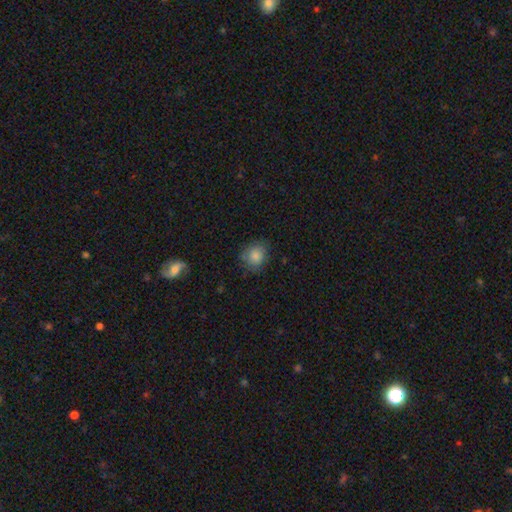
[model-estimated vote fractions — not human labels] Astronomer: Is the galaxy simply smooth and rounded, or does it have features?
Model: smooth — 82%.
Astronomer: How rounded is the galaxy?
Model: round — 75%.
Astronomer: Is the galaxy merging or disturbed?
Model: none — 74%.